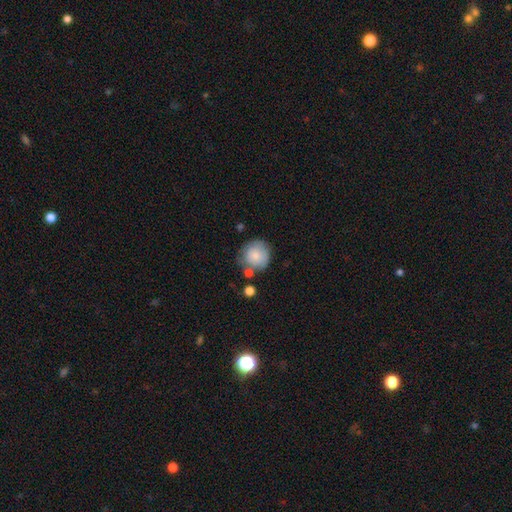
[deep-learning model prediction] This appears to be a smooth galaxy with no disk features (79%) that is round (91%). Merging: none (64%).